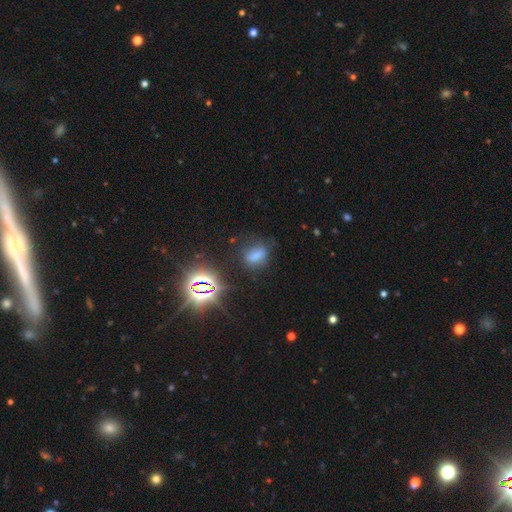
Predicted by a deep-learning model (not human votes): This appears to be a smooth galaxy with no disk features (61%) that is in between round and cigar-shaped (72%). Merging: none (62%).